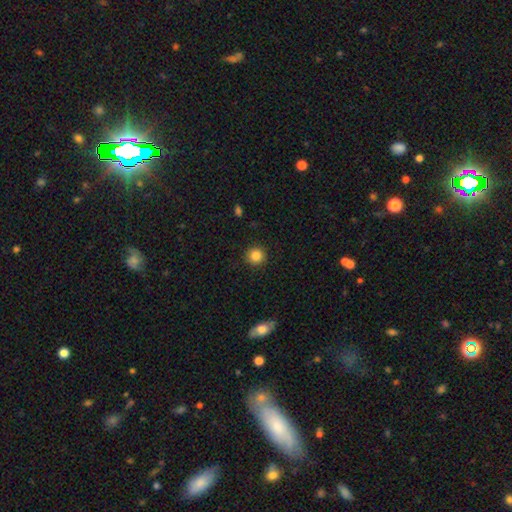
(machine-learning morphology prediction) Smooth or featured? Predicted: smooth (p=0.85). How rounded? Predicted: round (p=0.94). Merging? Predicted: none (p=0.91).